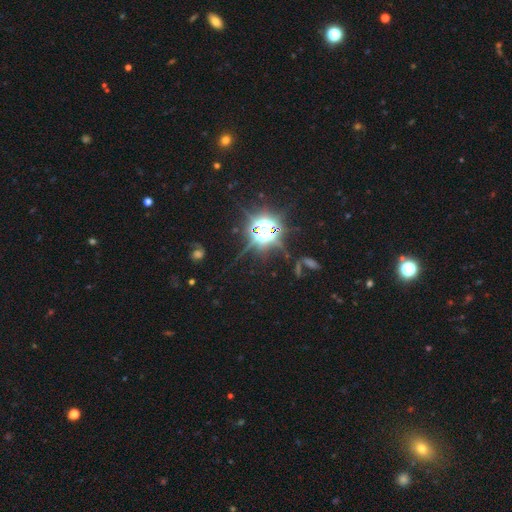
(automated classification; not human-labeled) smooth-or-featured: star or artifact: 72% | smooth: 22% | featured or disk: 6%